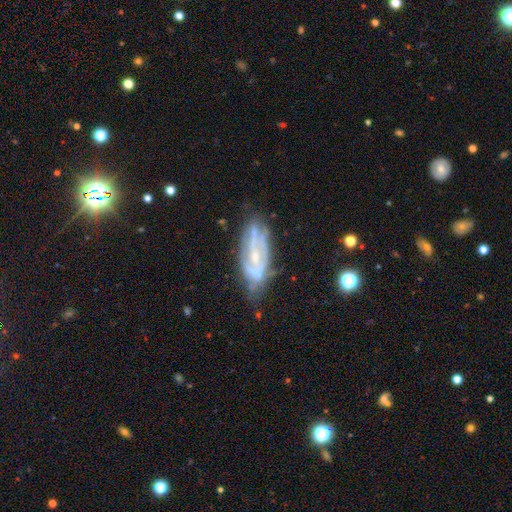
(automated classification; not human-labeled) featured or disk 78%, smooth 14%, star or artifact 8%. Down the decision tree: edge-on disk — no (83%); bar — weak (40%); spiral arms — yes (81%); spiral arm count — 2 (47%); spiral winding — tight (45%); bulge size — small (64%); merging — none (66%).